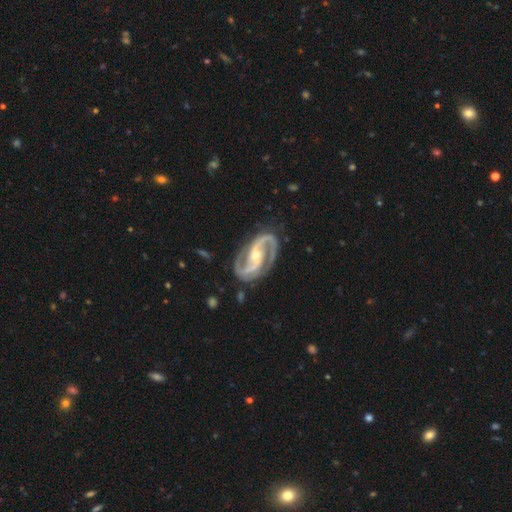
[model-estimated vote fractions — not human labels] smooth_or_featured: featured or disk (p=0.94) [alt: star or artifact p=0.04]
disk_edge_on: no (p=0.98) [alt: yes p=0.02]
bar: strong (p=0.39) [alt: weak p=0.34]
has_spiral_arms: yes (p=0.99) [alt: no p=0.01]
spiral_winding: medium (p=0.59) [alt: tight p=0.26]
spiral_arm_count: 2 (p=0.94) [alt: 3 p=0.01]
bulge_size: moderate (p=0.49) [alt: small p=0.47]
merging: none (p=0.82) [alt: minor disturbance p=0.13]